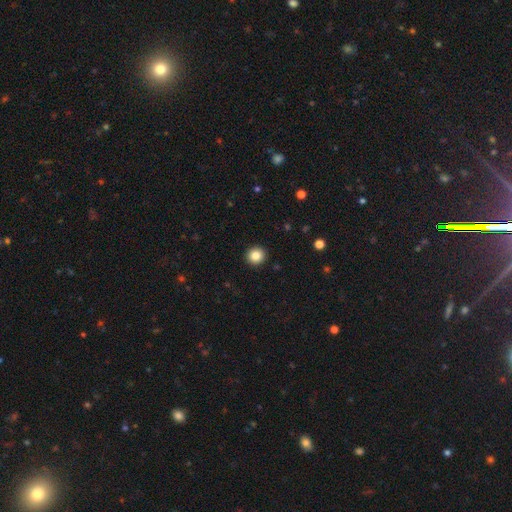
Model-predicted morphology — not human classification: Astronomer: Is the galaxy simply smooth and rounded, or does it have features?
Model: smooth — 85%.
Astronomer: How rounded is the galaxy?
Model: round — 93%.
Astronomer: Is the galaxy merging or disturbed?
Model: none — 93%.